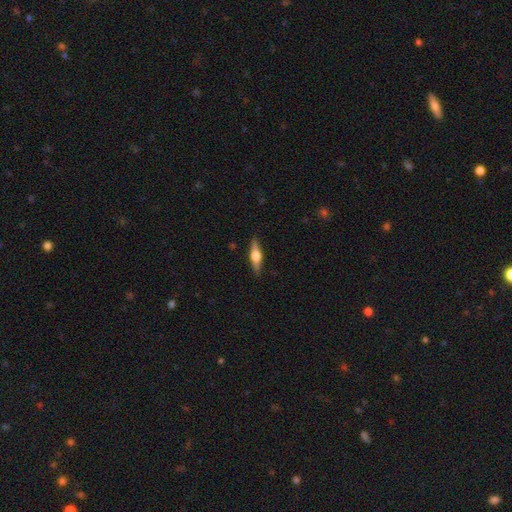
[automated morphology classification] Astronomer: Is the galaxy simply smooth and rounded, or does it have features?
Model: featured or disk — 68%.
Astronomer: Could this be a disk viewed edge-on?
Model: yes — 97%.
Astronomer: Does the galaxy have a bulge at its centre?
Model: rounded — 93%.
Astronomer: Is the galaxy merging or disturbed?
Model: none — 89%.